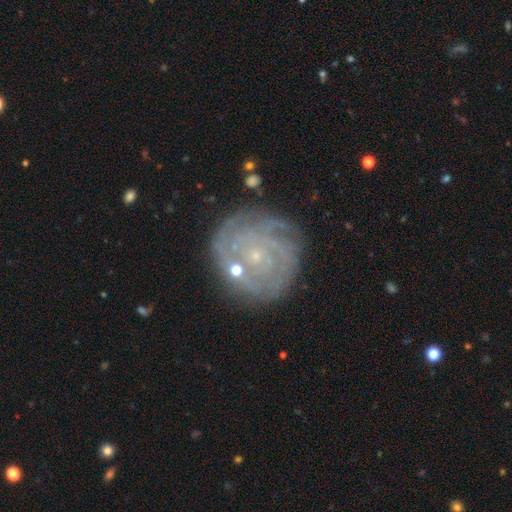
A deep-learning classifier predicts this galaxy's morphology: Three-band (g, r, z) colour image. It shows a featured or disk galaxy (80%) with no bar (79%), tight (82%) spiral arms (93%) and a small central bulge (85%). Merging: none (75%).